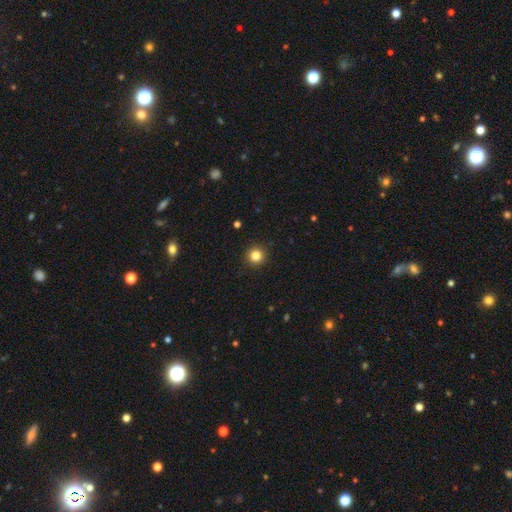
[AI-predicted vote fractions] smooth 84%, star or artifact 12%, featured or disk 4%. Down the decision tree: how rounded — round (96%); merging — none (93%).